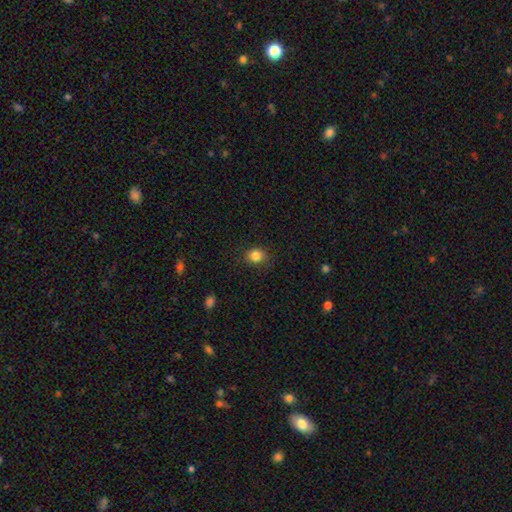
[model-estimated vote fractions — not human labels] Overall: smooth (84%). How rounded: round (71%). Merging: none (86%).